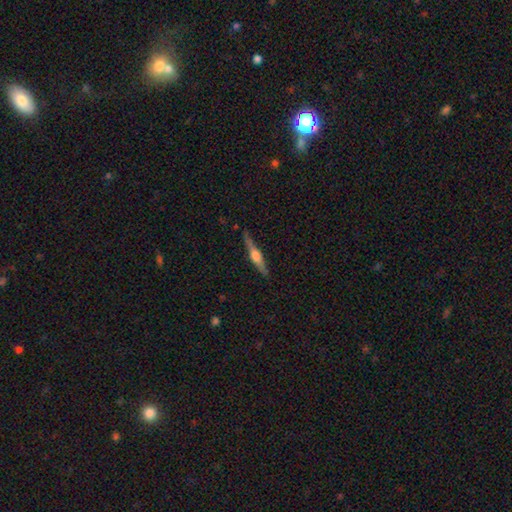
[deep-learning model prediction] Smooth or featured? Predicted: featured or disk (p=0.68). Edge-on disk? Predicted: yes (p=0.97). Edge-on bulge? Predicted: rounded (p=0.87). Merging? Predicted: none (p=0.84).